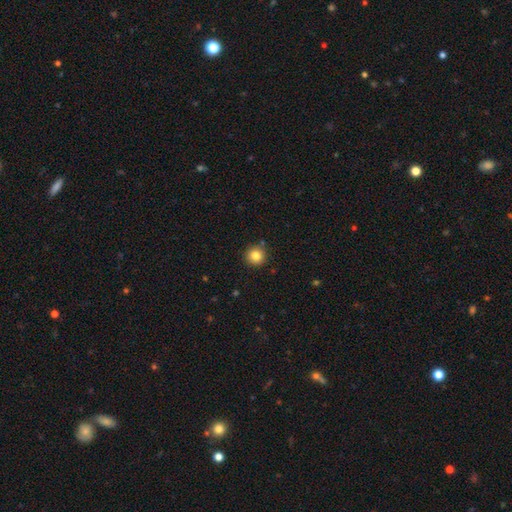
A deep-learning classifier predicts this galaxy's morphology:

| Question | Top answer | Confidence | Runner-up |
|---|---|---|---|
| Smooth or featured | smooth | 82% | star or artifact (11%) |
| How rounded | round | 95% | in between (4%) |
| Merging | none | 88% | minor disturbance (7%) |